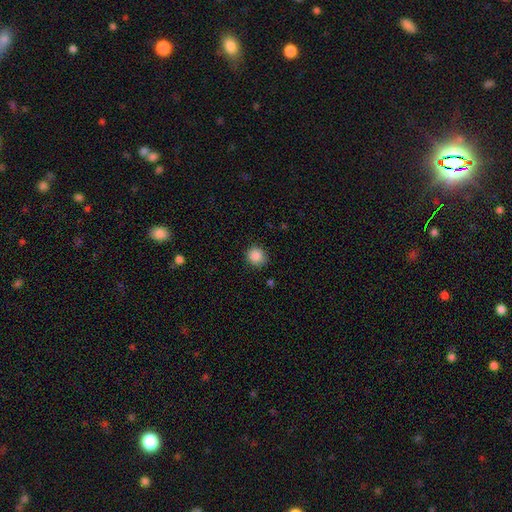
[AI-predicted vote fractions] The model was most divided on "how rounded": round: 85%, in between: 14%, cigar-shaped: 1%. More confident: smooth or featured — smooth (88%); merging — none (86%).